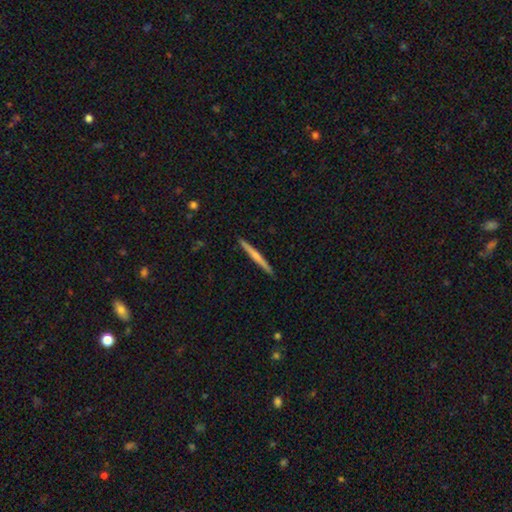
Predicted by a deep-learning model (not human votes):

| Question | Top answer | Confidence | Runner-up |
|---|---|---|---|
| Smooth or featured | featured or disk | 52% | smooth (43%) |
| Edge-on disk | yes | 98% | no (2%) |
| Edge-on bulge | rounded | 49% | none (45%) |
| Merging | none | 93% | minor disturbance (5%) |